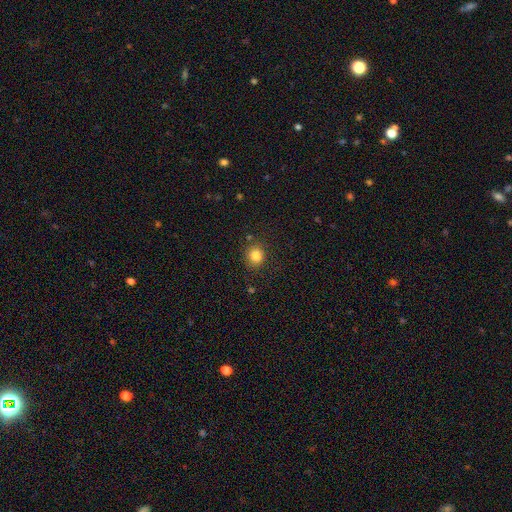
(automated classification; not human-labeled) Overall: smooth (84%). How rounded: round (85%). Merging: none (85%).